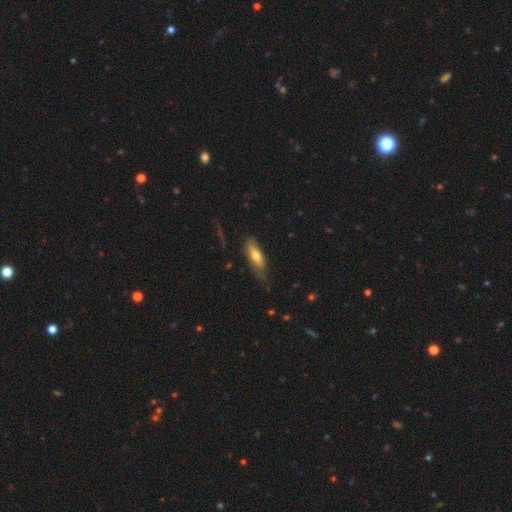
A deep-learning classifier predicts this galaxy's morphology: Overall: smooth (67%; featured or disk 27%). How rounded: in between (50%; cigar-shaped 48%). Merging: none (66%).